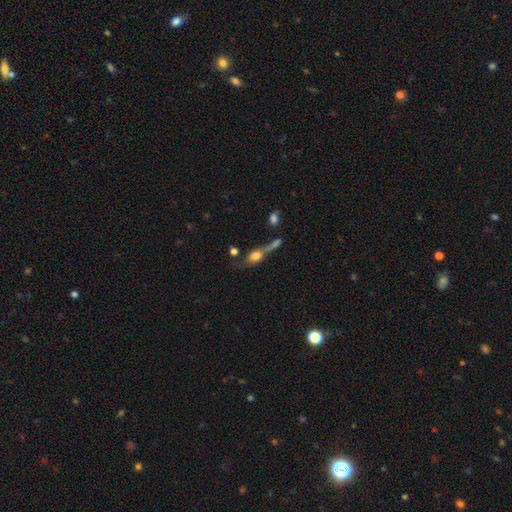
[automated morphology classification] smooth-or-featured: smooth: 60% | featured or disk: 28% | star or artifact: 12%
  how-rounded: in between: 56% | round: 24% | cigar-shaped: 20%
  merging: merger: 45% | none: 28% | major disturbance: 14% | minor disturbance: 13%